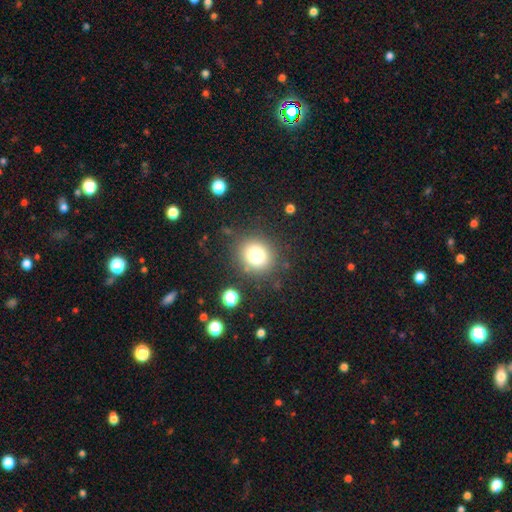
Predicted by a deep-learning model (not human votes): Smooth or featured: smooth — 77% (star or artifact — 14%)
How rounded: round — 83% (in between — 16%)
Merging: none — 83% (minor disturbance — 9%)